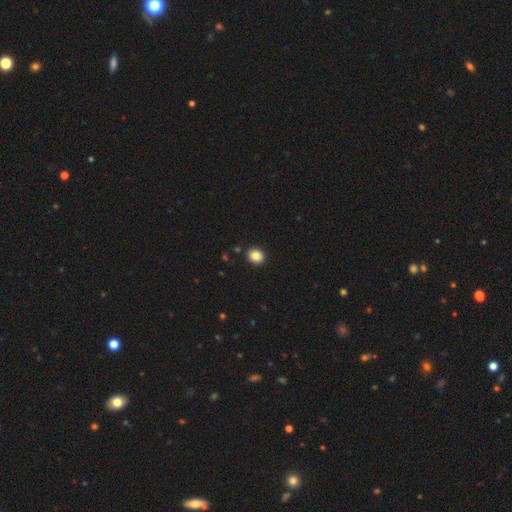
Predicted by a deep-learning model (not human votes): smooth-or-featured: smooth: 85% | star or artifact: 10% | featured or disk: 5%
  how-rounded: round: 70% | in between: 29% | cigar-shaped: 1%
  merging: none: 91% | minor disturbance: 6% | major disturbance: 2% | merger: 1%